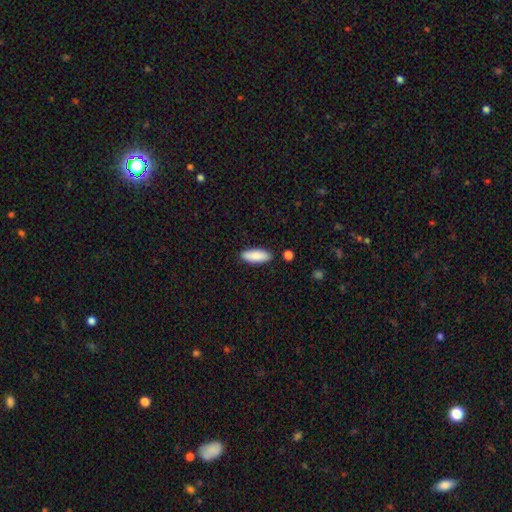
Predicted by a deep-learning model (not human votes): Overall: smooth (88%). How rounded: in between (66%; cigar-shaped 33%). Merging: none (85%).